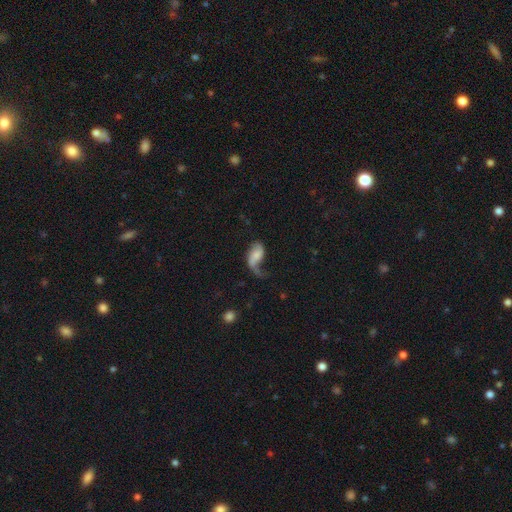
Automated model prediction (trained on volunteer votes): Smooth or featured: featured or disk — 53% (smooth — 39%)
Edge-on disk: no — 96% (yes — 4%)
Bar: no — 56% (weak — 32%)
Spiral arms: yes — 84% (no — 16%)
Bulge size: none — 35% (small — 31%)
Merging: major disturbance — 44% (none — 29%)